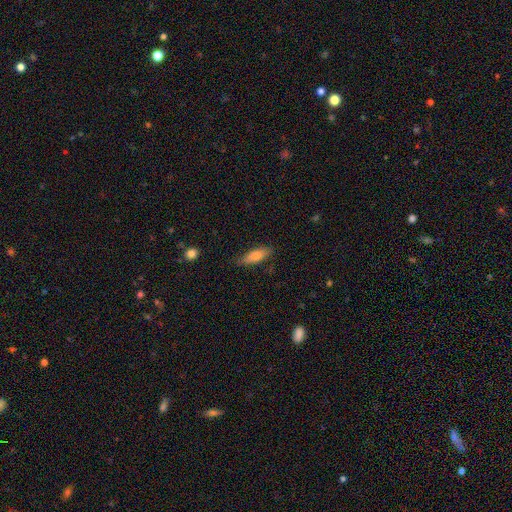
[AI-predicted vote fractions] Smooth or featured? Predicted: smooth (p=0.76). How rounded? Predicted: in between (p=0.51). Merging? Predicted: none (p=0.79).